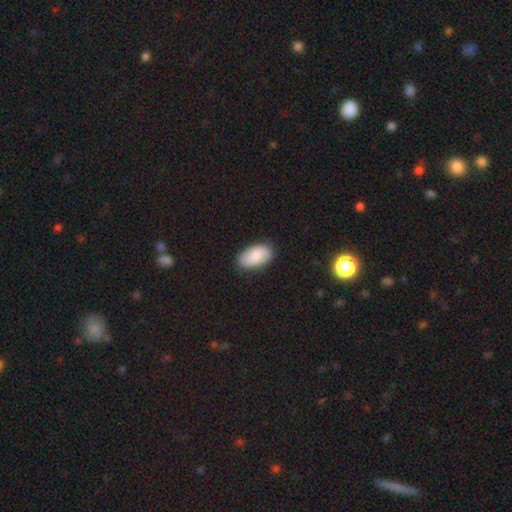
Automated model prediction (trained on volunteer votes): Smooth or featured? Predicted: smooth (p=0.84). How rounded? Predicted: in between (p=0.95). Merging? Predicted: none (p=0.83).